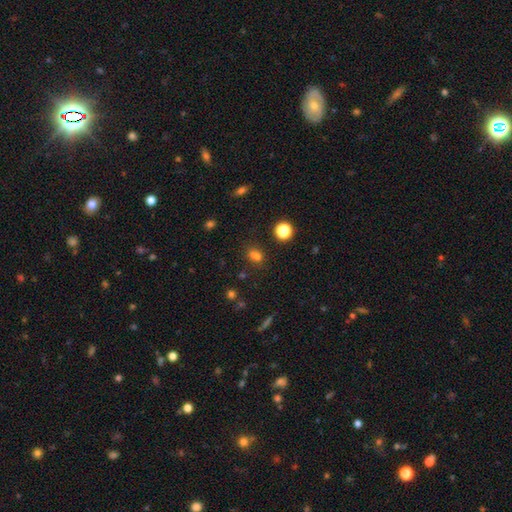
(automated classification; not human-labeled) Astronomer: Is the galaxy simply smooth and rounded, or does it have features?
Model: smooth — 66%.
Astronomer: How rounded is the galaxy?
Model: round — 50% (runner-up: in between, 47%).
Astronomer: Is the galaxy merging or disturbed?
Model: none — 52% (runner-up: merger, 30%).